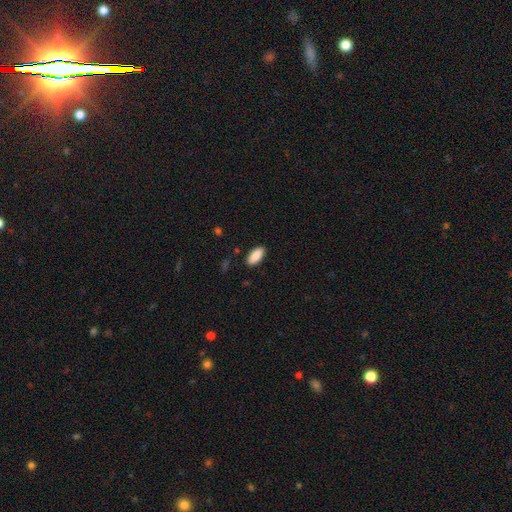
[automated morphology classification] The model was most divided on "merging": none: 88%, minor disturbance: 9%, major disturbance: 2%, merger: 1%. More confident: how rounded — in between (90%); smooth or featured — smooth (89%).